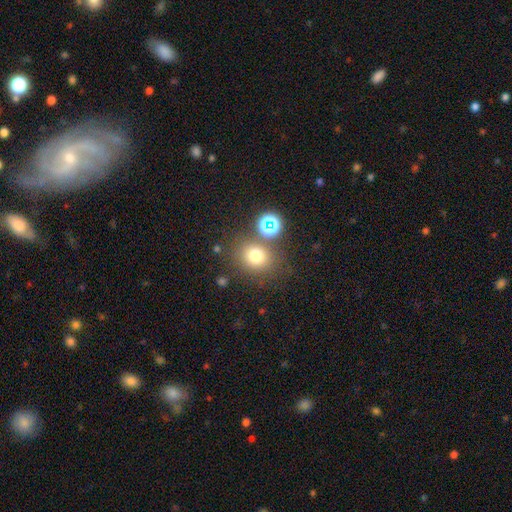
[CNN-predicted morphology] smooth-or-featured: smooth: 74% | star or artifact: 17% | featured or disk: 9%
  how-rounded: round: 72% | in between: 27% | cigar-shaped: 1%
  merging: none: 73% | minor disturbance: 11% | merger: 11% | major disturbance: 5%